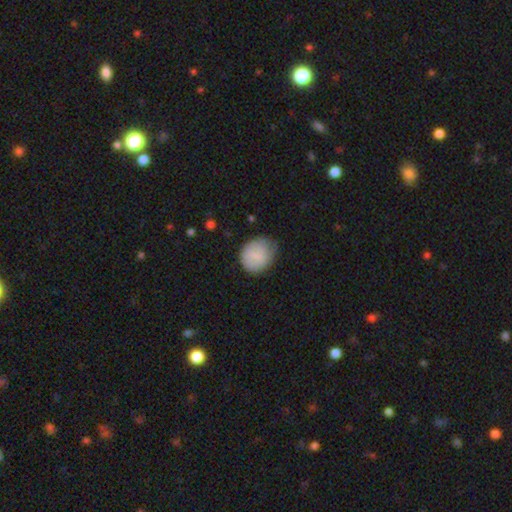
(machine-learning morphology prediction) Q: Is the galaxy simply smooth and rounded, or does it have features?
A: smooth — 79%.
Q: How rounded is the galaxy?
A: round — 70%.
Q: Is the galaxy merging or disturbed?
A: none — 63%.